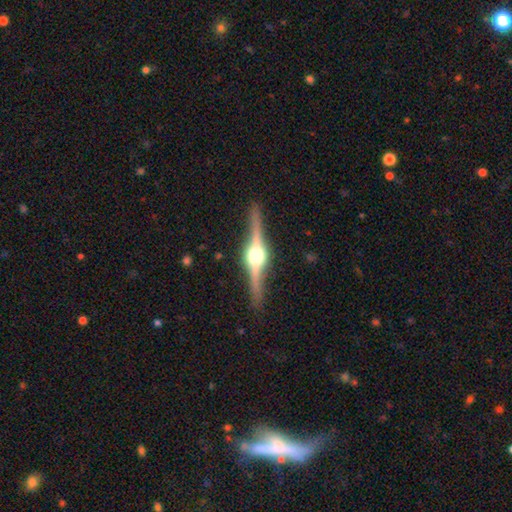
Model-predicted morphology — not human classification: Overall: featured or disk (87%). Edge-on disk: yes (98%). Edge-on bulge: rounded (94%). Merging: none (89%).